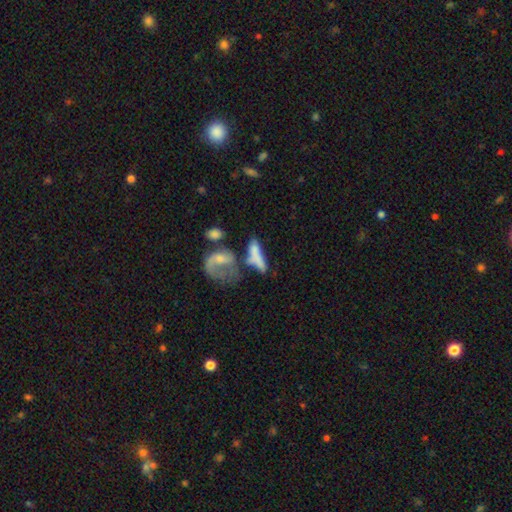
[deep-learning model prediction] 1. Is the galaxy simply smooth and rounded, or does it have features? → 58% smooth, 32% featured or disk, 10% star or artifact.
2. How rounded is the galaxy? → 56% in between, 36% cigar-shaped, 8% round.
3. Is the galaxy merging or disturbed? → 40% merger, 24% major disturbance, 22% none, 14% minor disturbance.